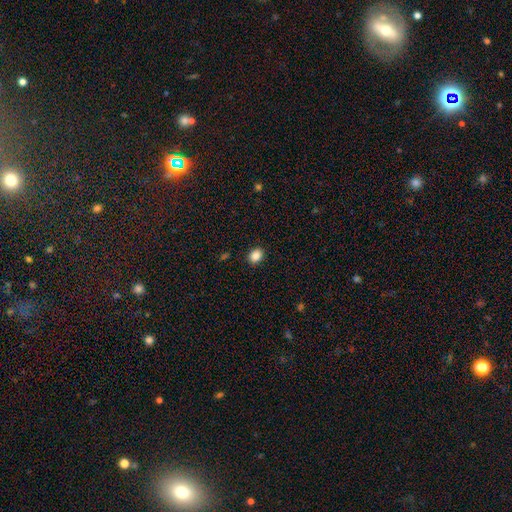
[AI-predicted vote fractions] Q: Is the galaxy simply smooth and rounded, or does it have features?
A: smooth — 87%.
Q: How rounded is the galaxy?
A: in between — 58%.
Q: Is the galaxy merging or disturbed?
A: none — 90%.